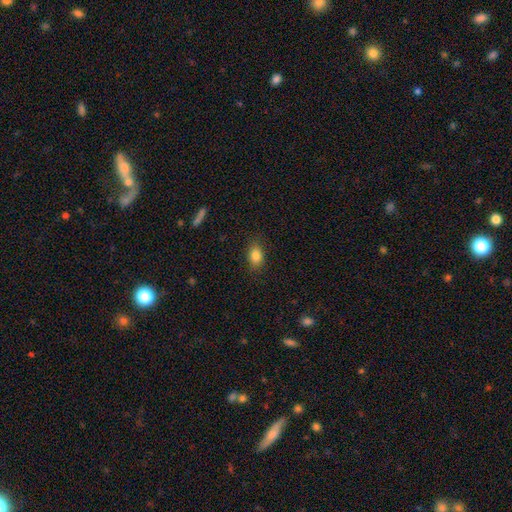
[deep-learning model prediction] Morphology: type=smooth (84%); roundness=in between (80%); merging=none (85%).